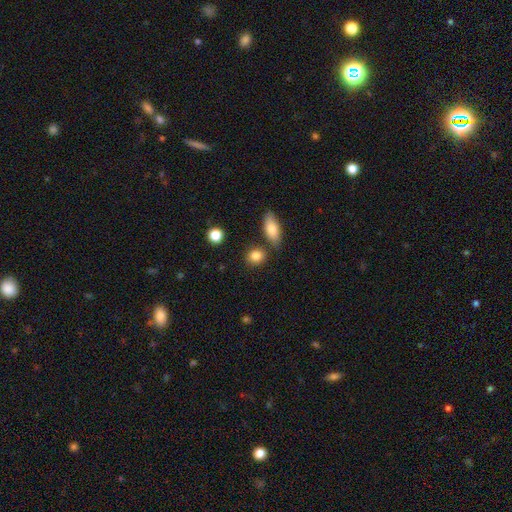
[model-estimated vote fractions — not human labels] smooth_or_featured: smooth (p=0.85) [alt: star or artifact p=0.09]
how_rounded: round (p=0.56) [alt: in between p=0.41]
merging: none (p=0.75) [alt: merger p=0.11]